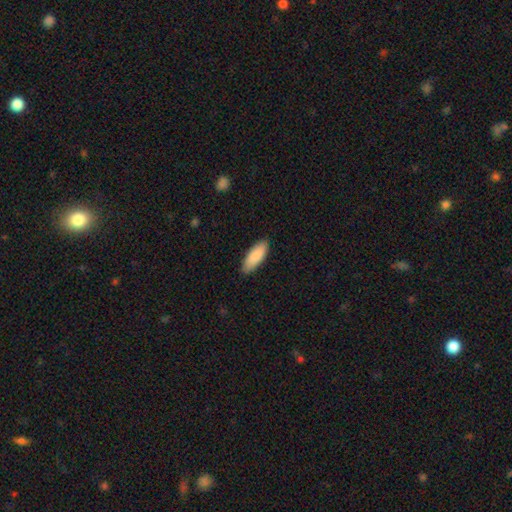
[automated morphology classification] smooth 88%, featured or disk 7%, star or artifact 5%. Down the decision tree: how rounded — in between (73%); merging — none (86%).